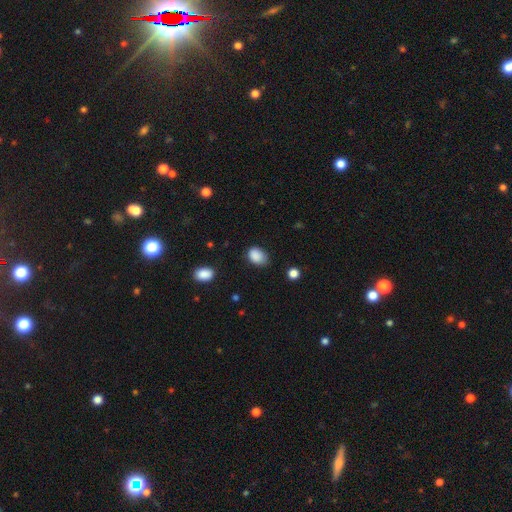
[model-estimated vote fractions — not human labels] smooth_or_featured: smooth (p=0.88) [alt: star or artifact p=0.09]
how_rounded: in between (p=0.77) [alt: round p=0.22]
merging: none (p=0.67) [alt: minor disturbance p=0.26]